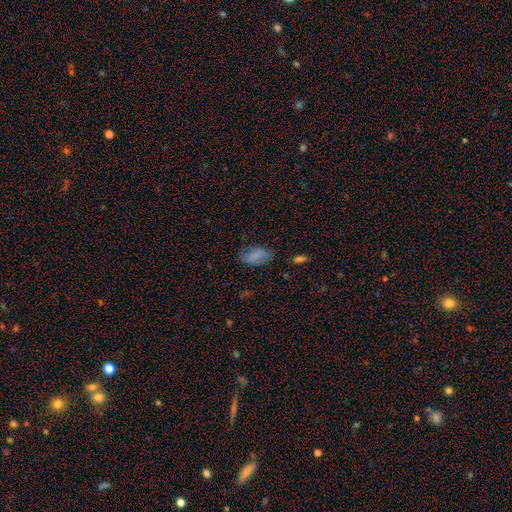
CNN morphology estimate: Smooth or featured?
  - smooth: 79% *
  - featured or disk: 11%
  - star or artifact: 10%
How rounded?
  - in between: 93% *
  - round: 4%
  - cigar-shaped: 3%
Merging?
  - none: 68% *
  - minor disturbance: 23%
  - major disturbance: 6%
  - merger: 2%